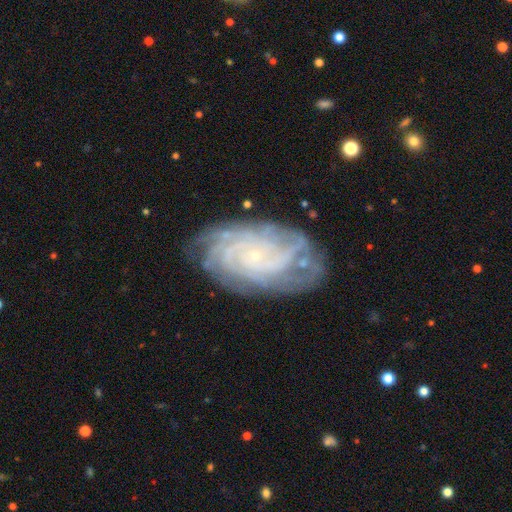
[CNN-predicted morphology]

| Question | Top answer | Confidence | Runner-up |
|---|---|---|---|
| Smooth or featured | featured or disk | 87% | smooth (7%) |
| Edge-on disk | no | 96% | yes (4%) |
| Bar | no | 78% | weak (17%) |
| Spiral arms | yes | 98% | no (2%) |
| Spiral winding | tight | 77% | medium (19%) |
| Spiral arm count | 4 | 27% | more than 4 (25%) |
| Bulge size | small | 89% | moderate (6%) |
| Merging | none | 77% | minor disturbance (16%) |